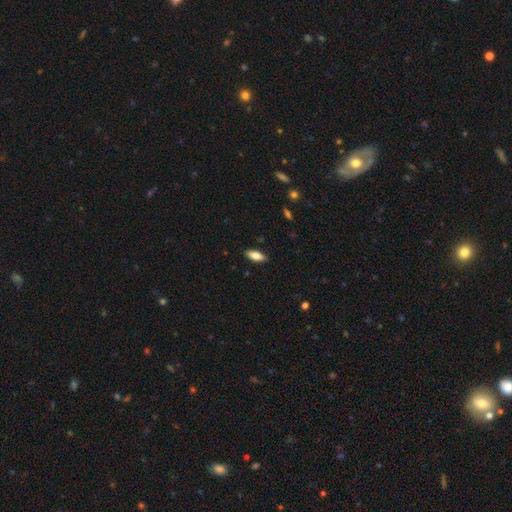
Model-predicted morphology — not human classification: Overall: smooth (79%). How rounded: in between (76%). Merging: none (89%).